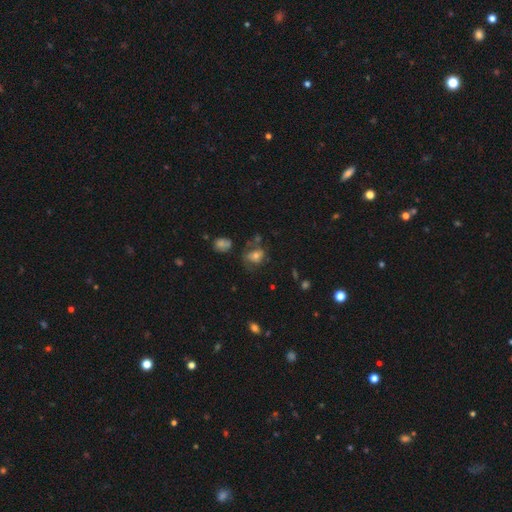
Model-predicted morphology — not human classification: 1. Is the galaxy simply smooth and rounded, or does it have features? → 53% smooth, 33% featured or disk, 14% star or artifact.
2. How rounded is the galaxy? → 52% round, 47% in between, 1% cigar-shaped.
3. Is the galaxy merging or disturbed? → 46% none, 24% minor disturbance, 21% major disturbance, 9% merger.